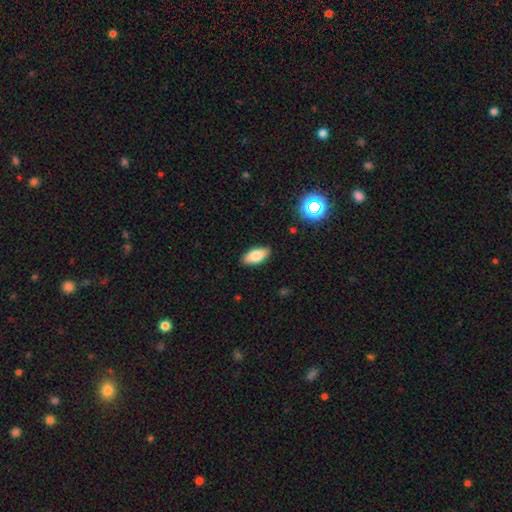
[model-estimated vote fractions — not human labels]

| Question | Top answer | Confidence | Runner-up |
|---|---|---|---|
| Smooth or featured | smooth | 79% | featured or disk (13%) |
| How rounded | in between | 90% | cigar-shaped (8%) |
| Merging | none | 88% | minor disturbance (9%) |